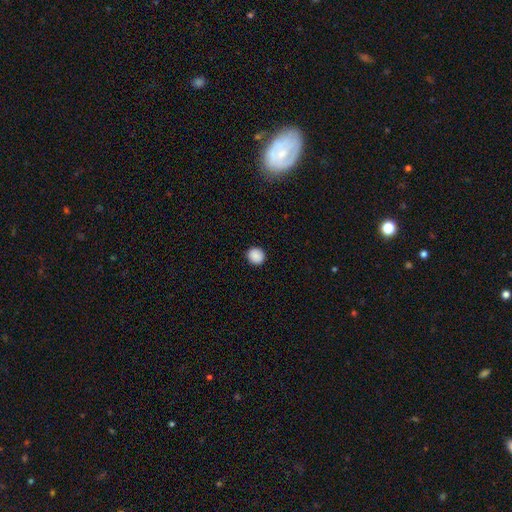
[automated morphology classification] smooth 89%, star or artifact 8%, featured or disk 2%. Down the decision tree: how rounded — round (90%); merging — none (93%).